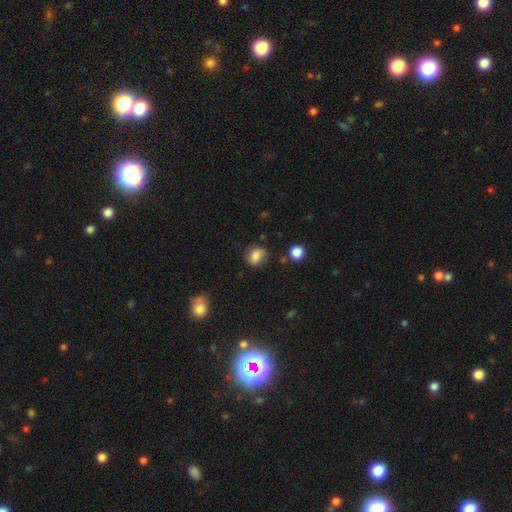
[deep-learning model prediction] Morphology: type=smooth (78%); roundness=round (61%); merging=none (73%).